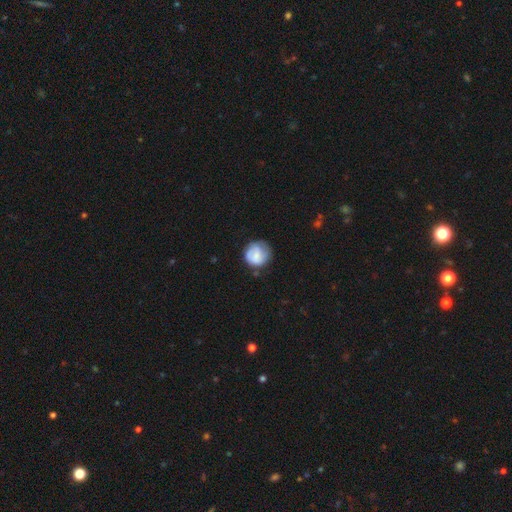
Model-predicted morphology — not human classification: smooth_or_featured: smooth (p=0.64) [alt: featured or disk p=0.29]
how_rounded: round (p=0.88) [alt: in between p=0.11]
merging: none (p=0.60) [alt: minor disturbance p=0.27]